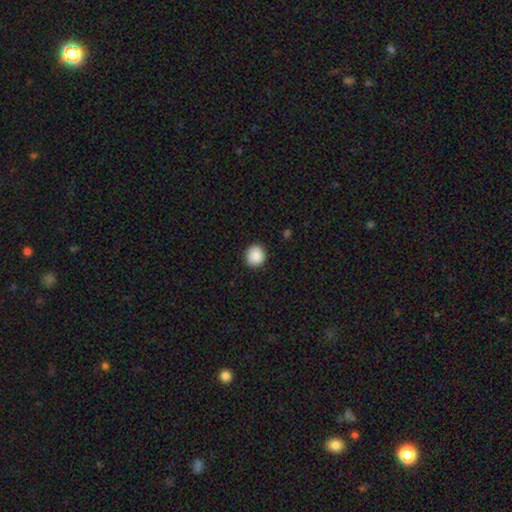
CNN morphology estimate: Smooth or featured: smooth — 89% (star or artifact — 8%)
How rounded: round — 85% (in between — 14%)
Merging: none — 90% (minor disturbance — 7%)